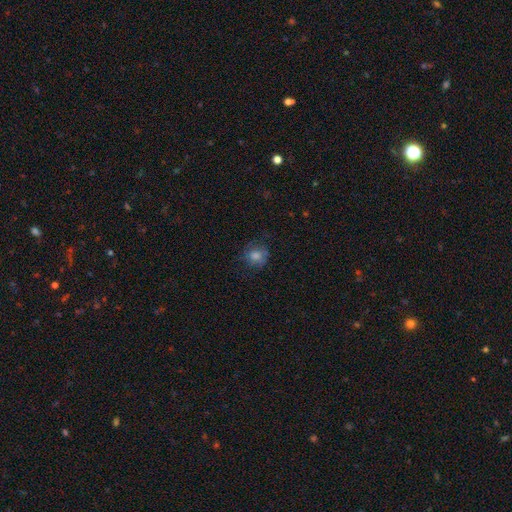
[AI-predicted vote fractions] Smooth or featured?
  - smooth: 68% *
  - featured or disk: 16%
  - star or artifact: 16%
How rounded?
  - round: 77% *
  - in between: 22%
  - cigar-shaped: 1%
Merging?
  - none: 71% *
  - minor disturbance: 19%
  - major disturbance: 9%
  - merger: 1%